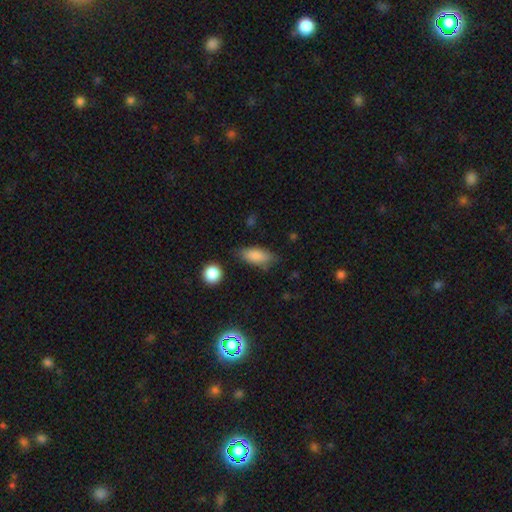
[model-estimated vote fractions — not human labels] Smooth or featured? Predicted: smooth (p=0.85). How rounded? Predicted: in between (p=0.83). Merging? Predicted: none (p=0.72).